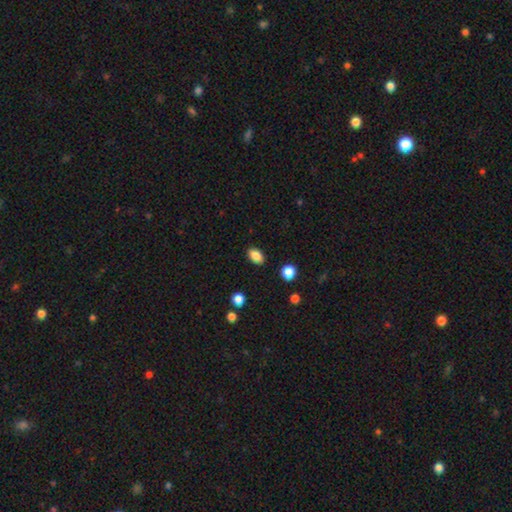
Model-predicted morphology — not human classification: Smooth or featured?
  - smooth: 87% *
  - star or artifact: 9%
  - featured or disk: 4%
How rounded?
  - in between: 87% *
  - round: 11%
  - cigar-shaped: 2%
Merging?
  - none: 88% *
  - minor disturbance: 8%
  - major disturbance: 2%
  - merger: 2%